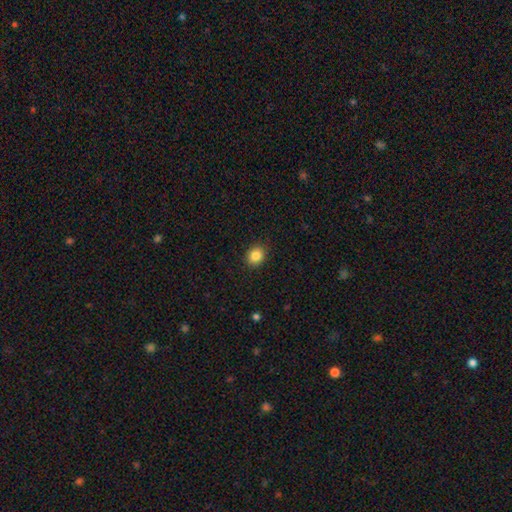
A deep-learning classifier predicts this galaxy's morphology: A smooth galaxy with no disk features (85%) that is round (67%).

Vote fractions:
- Smooth or featured? smooth: 85% / star or artifact: 10% / featured or disk: 5%
- How rounded? round: 67% / in between: 33% / cigar-shaped: 1%
- Merging? none: 90% / minor disturbance: 7% / major disturbance: 2% / merger: 1%